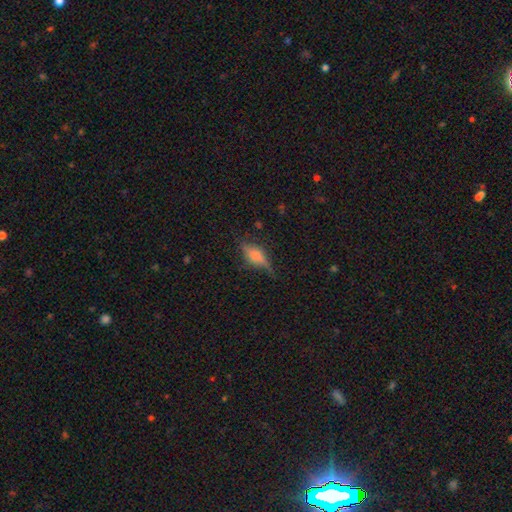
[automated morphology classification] Smooth or featured? featured or disk (45%)
Merging? none (62%)